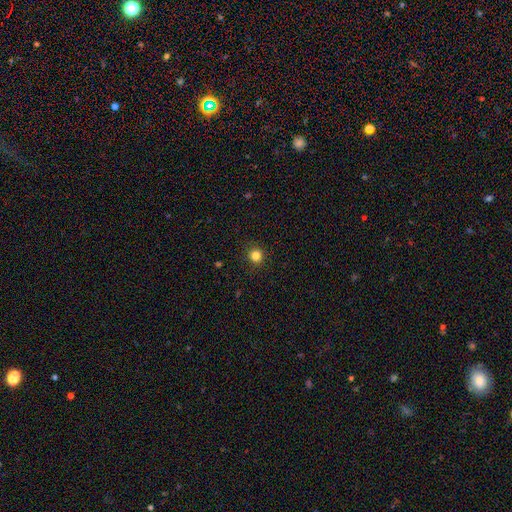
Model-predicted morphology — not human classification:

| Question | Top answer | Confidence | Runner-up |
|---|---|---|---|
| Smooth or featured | smooth | 82% | star or artifact (13%) |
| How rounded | round | 91% | in between (8%) |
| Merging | none | 90% | minor disturbance (7%) |